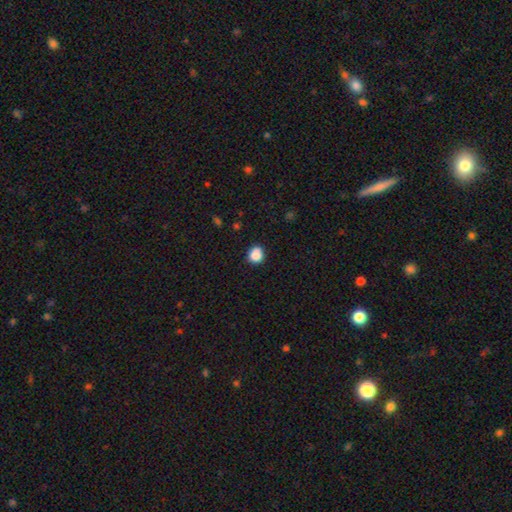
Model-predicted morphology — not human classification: Smooth or featured: smooth — 85% (star or artifact — 10%)
How rounded: round — 78% (in between — 21%)
Merging: none — 73% (minor disturbance — 20%)